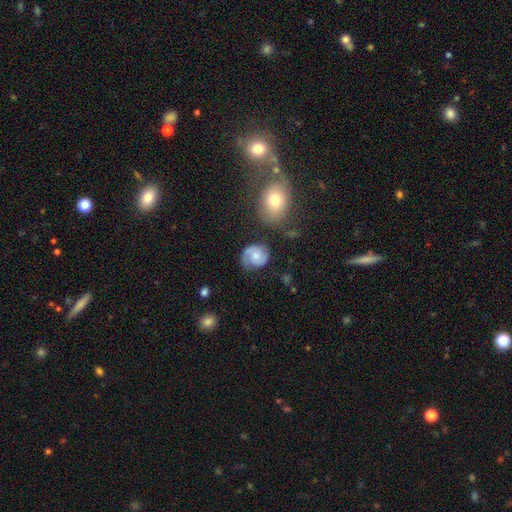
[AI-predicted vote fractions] This is likely a featured or disk galaxy (67%). It is clearly not viewed edge-on (98%). Bar: likely no (64%). Spiral arm pattern: clearly yes (94%). Spiral arm count: likely 2 (79%). Spiral winding: marginally medium (44%). Central bulge: marginally moderate (44%). Merging: likely none (67%).